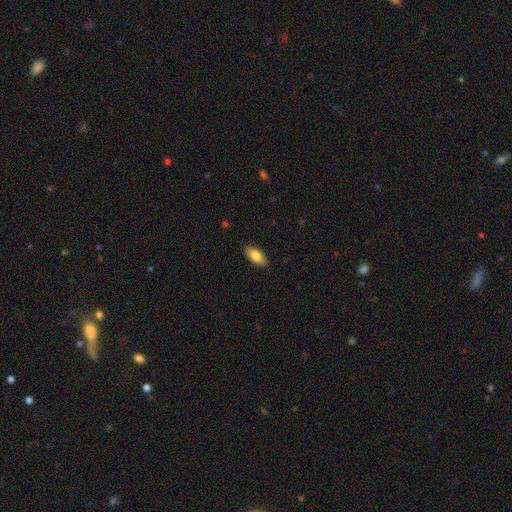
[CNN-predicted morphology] The model was most divided on "smooth or featured": smooth: 81%, featured or disk: 12%, star or artifact: 6%. More confident: how rounded — in between (89%); merging — none (87%).